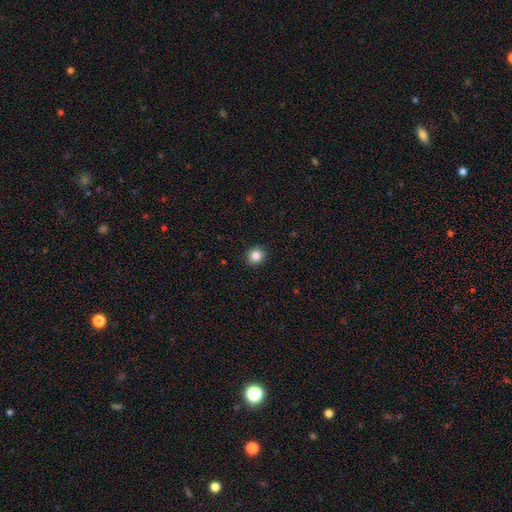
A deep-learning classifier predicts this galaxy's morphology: The model was most divided on "smooth or featured": smooth: 85%, star or artifact: 11%, featured or disk: 5%. More confident: merging — none (92%); how rounded — round (88%).